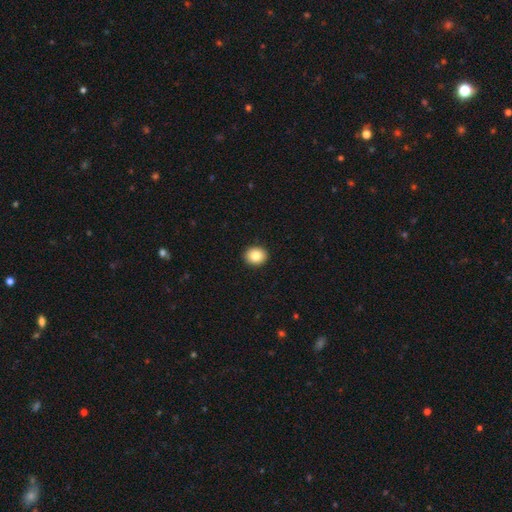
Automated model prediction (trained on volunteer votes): Morphology: type=smooth (84%); roundness=round (69%); merging=none (93%).